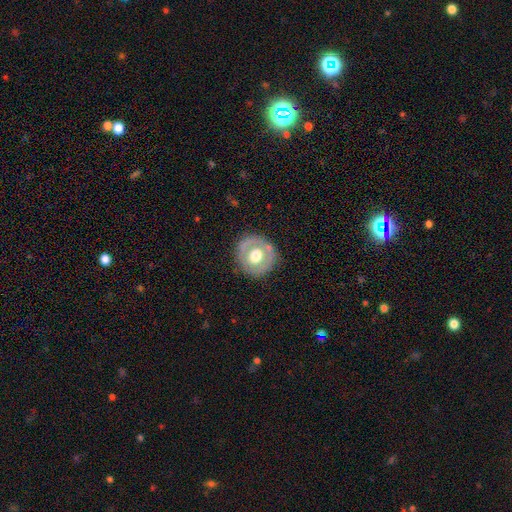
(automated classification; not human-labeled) featured or disk 49%, smooth 45%, star or artifact 6%. Down the decision tree: merging — none (81%).